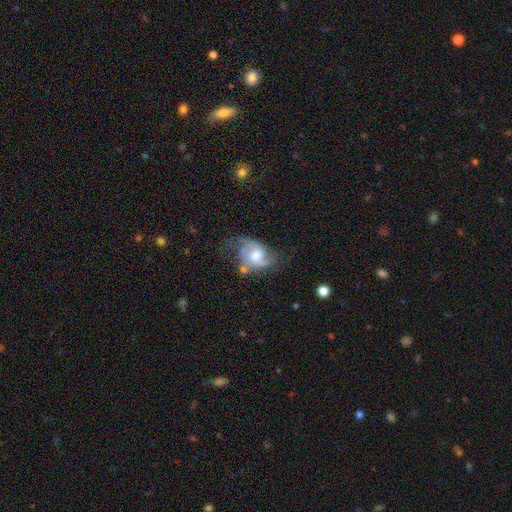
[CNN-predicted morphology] Smooth or featured?
  - featured or disk: 68% *
  - smooth: 24%
  - star or artifact: 8%
Edge-on disk?
  - no: 97% *
  - yes: 3%
Bar?
  - no: 59% *
  - weak: 35%
  - strong: 6%
Spiral arms?
  - yes: 84% *
  - no: 16%
Spiral winding?
  - loose: 43% *
  - medium: 42%
  - tight: 15%
Spiral arm count?
  - 2: 72% *
  - can't tell: 12%
  - 1: 8%
  - 3: 5%
  - 4: 2%
  - more than 4: 1%
Bulge size?
  - moderate: 61% *
  - large: 19%
  - small: 14%
  - none: 4%
  - dominant: 2%
Merging?
  - none: 37% *
  - minor disturbance: 28%
  - major disturbance: 25%
  - merger: 9%